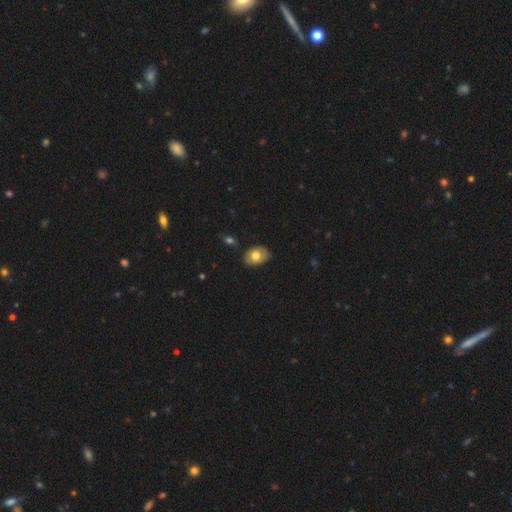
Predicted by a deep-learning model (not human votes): smooth_or_featured: smooth (p=0.73) [alt: featured or disk p=0.19]
how_rounded: in between (p=0.78) [alt: round p=0.21]
merging: none (p=0.77) [alt: minor disturbance p=0.18]